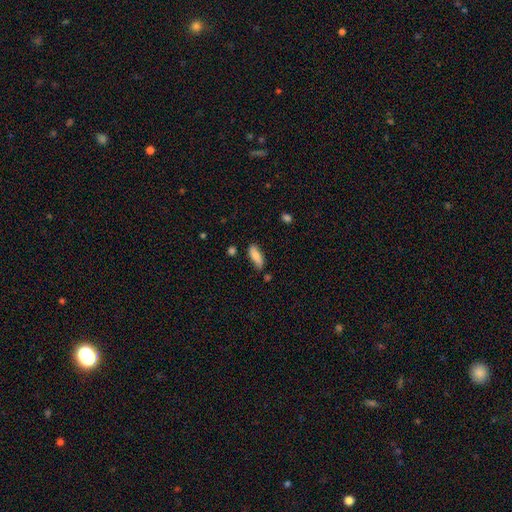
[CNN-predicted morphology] This is clearly a smooth galaxy (83%). How rounded: likely in between (68%). Merging: likely none (71%).